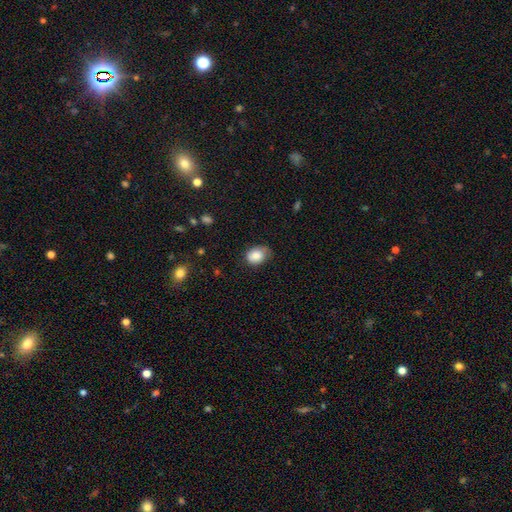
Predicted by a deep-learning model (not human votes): This is clearly a smooth galaxy (84%). How rounded: likely in between (66%). Merging: possibly none (53%).